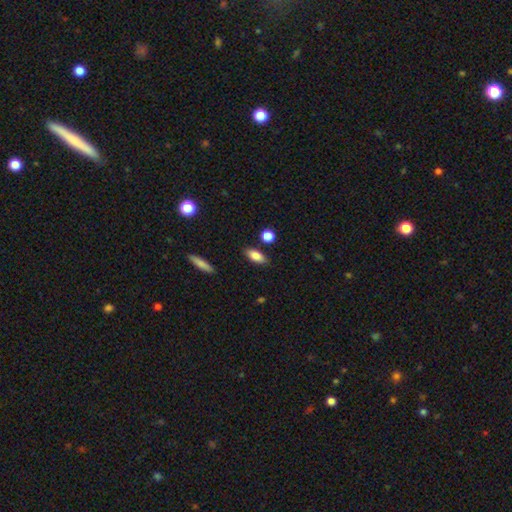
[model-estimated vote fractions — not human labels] Smooth or featured? Predicted: smooth (p=0.84). How rounded? Predicted: in between (p=0.83). Merging? Predicted: none (p=0.84).